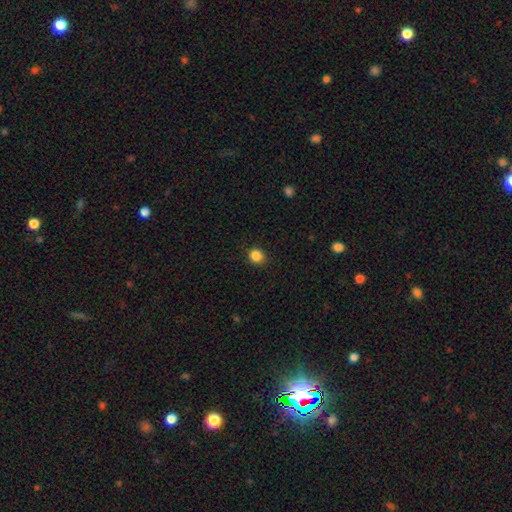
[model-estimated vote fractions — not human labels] Smooth or featured? Predicted: smooth (p=0.86). How rounded? Predicted: round (p=0.80). Merging? Predicted: none (p=0.87).